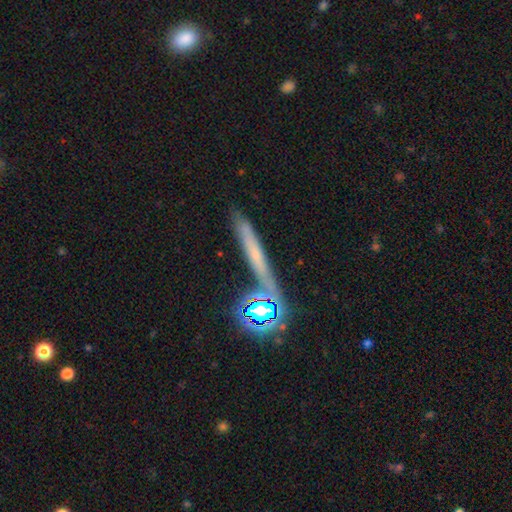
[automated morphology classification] Smooth or featured?
  - smooth: 38% *
  - featured or disk: 33%
  - star or artifact: 29%
Merging?
  - none: 73% *
  - minor disturbance: 13%
  - merger: 9%
  - major disturbance: 5%